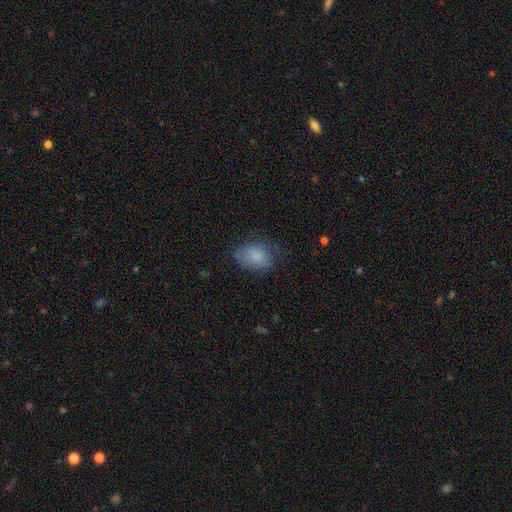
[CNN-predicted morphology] smooth-or-featured: smooth: 83% | star or artifact: 9% | featured or disk: 8%
  how-rounded: in between: 64% | round: 35% | cigar-shaped: 1%
  merging: none: 61% | minor disturbance: 28% | major disturbance: 10% | merger: 2%